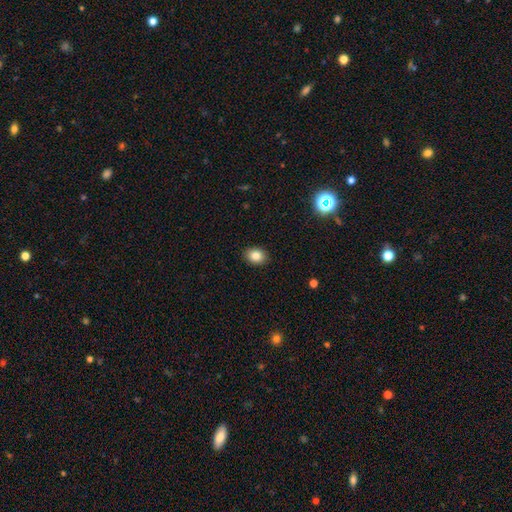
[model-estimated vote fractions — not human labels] Overall: smooth (85%). How rounded: in between (59%; round 40%). Merging: none (90%).